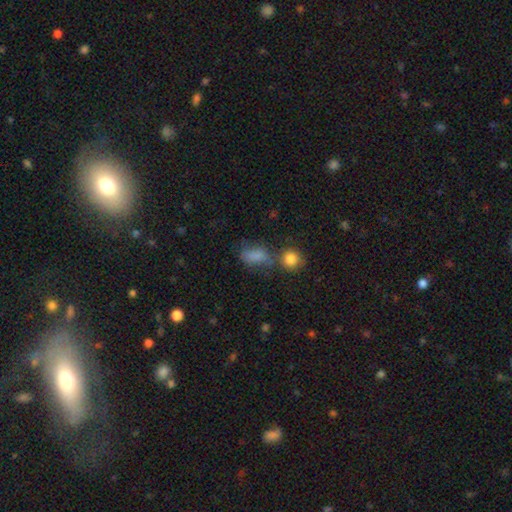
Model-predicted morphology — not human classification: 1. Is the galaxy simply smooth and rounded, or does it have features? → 78% smooth, 13% star or artifact, 8% featured or disk.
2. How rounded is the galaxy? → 78% in between, 18% round, 5% cigar-shaped.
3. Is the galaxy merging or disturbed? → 44% none, 23% merger, 20% minor disturbance, 12% major disturbance.